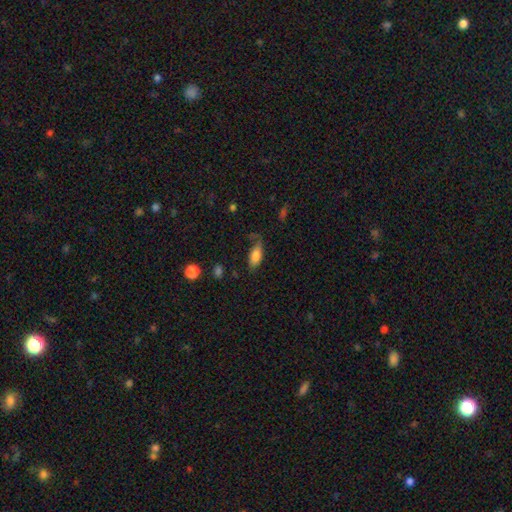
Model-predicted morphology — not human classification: smooth_or_featured: smooth (p=0.77) [alt: featured or disk p=0.15]
how_rounded: in between (p=0.84) [alt: cigar-shaped p=0.13]
merging: none (p=0.57) [alt: minor disturbance p=0.28]